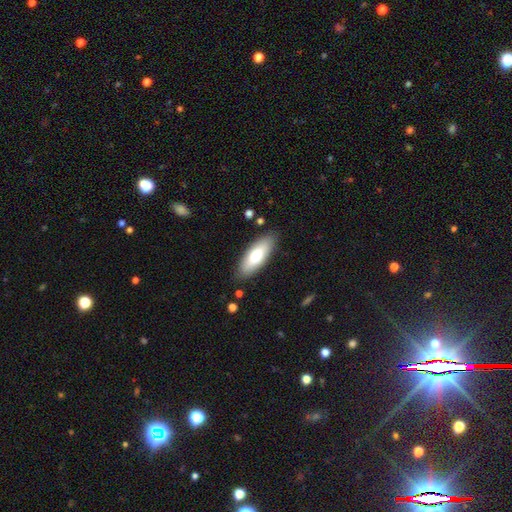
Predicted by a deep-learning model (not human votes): Smooth or featured? Predicted: smooth (p=0.73). How rounded? Predicted: in between (p=0.69). Merging? Predicted: none (p=0.86).